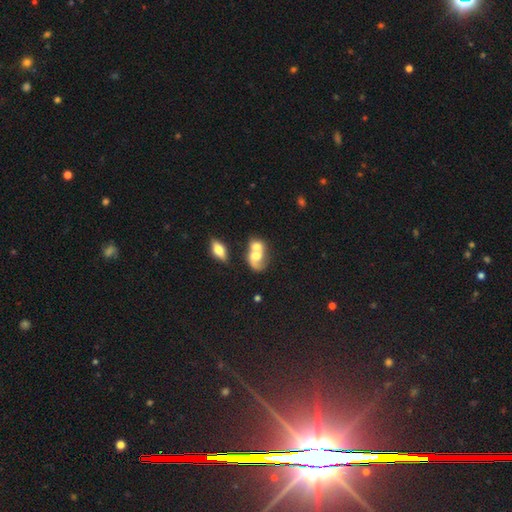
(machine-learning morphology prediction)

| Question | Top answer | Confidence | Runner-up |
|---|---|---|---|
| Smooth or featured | smooth | 47% | featured or disk (44%) |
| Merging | merger | 71% | none (15%) |